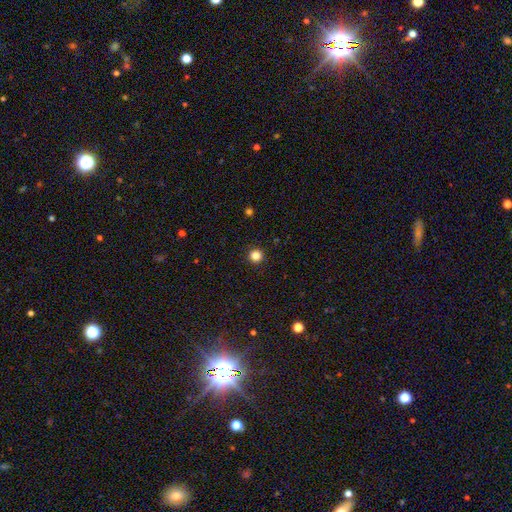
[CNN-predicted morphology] Overall: smooth (84%). How rounded: round (96%). Merging: none (94%).